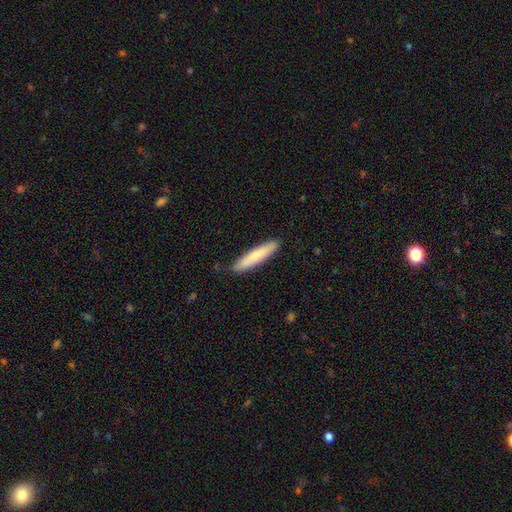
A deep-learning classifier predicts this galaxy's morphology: smooth 73%, featured or disk 22%, star or artifact 5%. Down the decision tree: how rounded — cigar-shaped (88%); merging — none (88%).